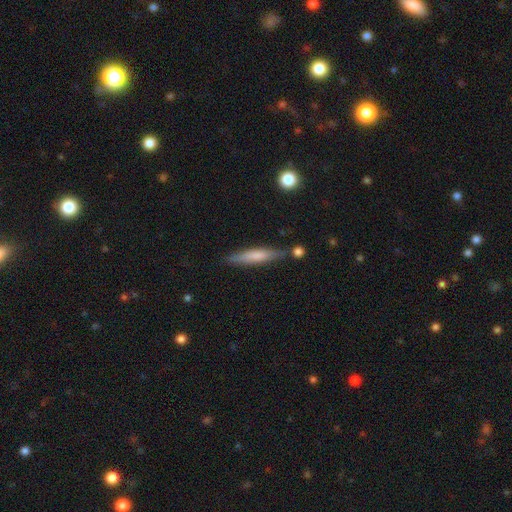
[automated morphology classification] The model was most divided on "smooth or featured": smooth: 63%, featured or disk: 31%, star or artifact: 6%. More confident: how rounded — cigar-shaped (88%); merging — none (78%).